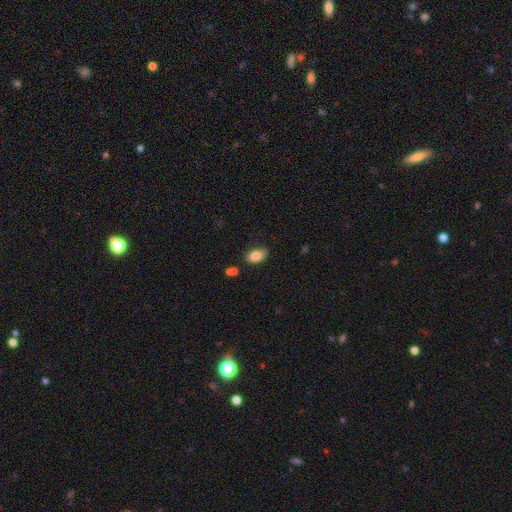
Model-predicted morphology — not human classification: smooth 85%, star or artifact 8%, featured or disk 7%. Down the decision tree: how rounded — in between (89%); merging — none (69%).